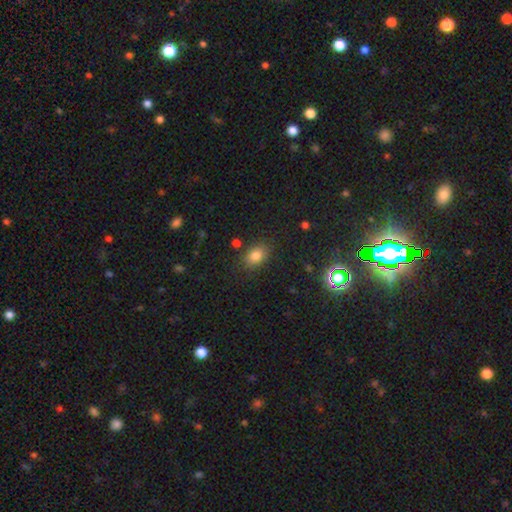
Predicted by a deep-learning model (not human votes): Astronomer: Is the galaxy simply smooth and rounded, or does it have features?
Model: smooth — 78%.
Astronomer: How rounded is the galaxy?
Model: in between — 71%.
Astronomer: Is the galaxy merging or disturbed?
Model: none — 81%.